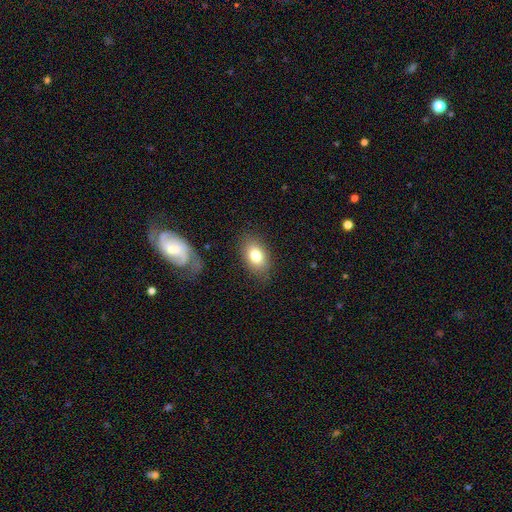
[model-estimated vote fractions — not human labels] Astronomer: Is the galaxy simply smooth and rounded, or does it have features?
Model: smooth — 78%.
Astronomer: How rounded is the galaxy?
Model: in between — 83%.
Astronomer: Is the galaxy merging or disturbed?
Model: none — 80%.